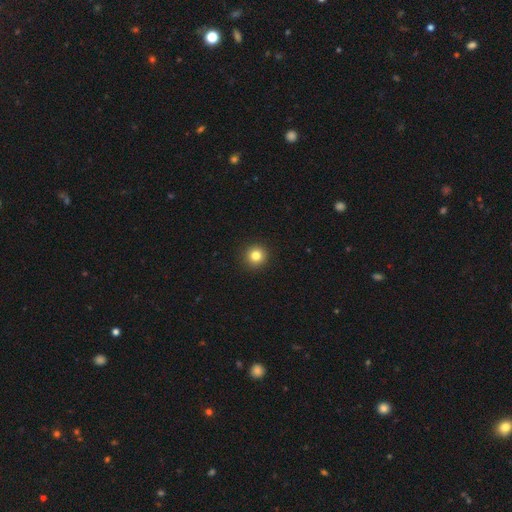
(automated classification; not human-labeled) Morphology: type=smooth (83%); roundness=round (94%); merging=none (93%).